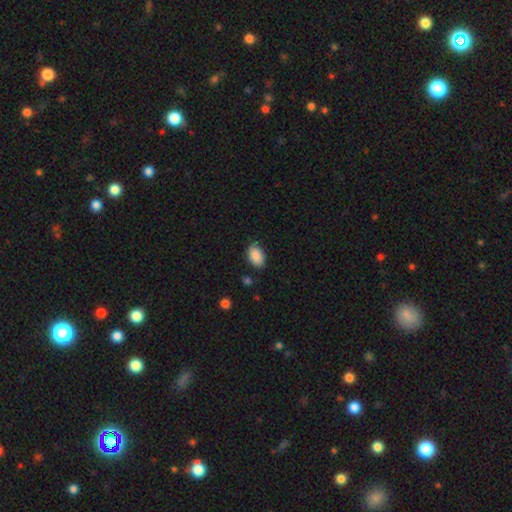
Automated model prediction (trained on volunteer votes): This appears to be a smooth galaxy with no disk features (88%) that is in between round and cigar-shaped (91%). Merging: none (82%).